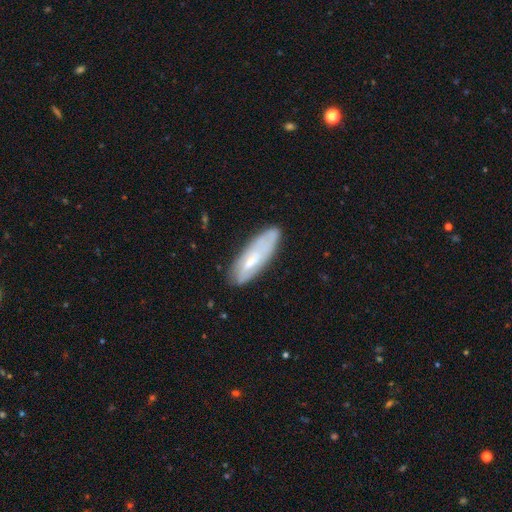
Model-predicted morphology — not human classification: The model was most divided on "how rounded" (2-way tie): in between: 49%, cigar-shaped: 49%, round: 2%. More confident: merging — none (76%); smooth or featured — smooth (50%).